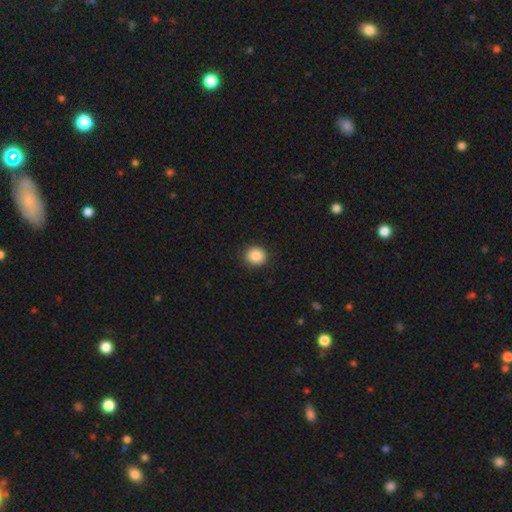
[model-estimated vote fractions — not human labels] smooth_or_featured: smooth (p=0.88) [alt: star or artifact p=0.09]
how_rounded: round (p=0.78) [alt: in between p=0.21]
merging: none (p=0.90) [alt: minor disturbance p=0.07]